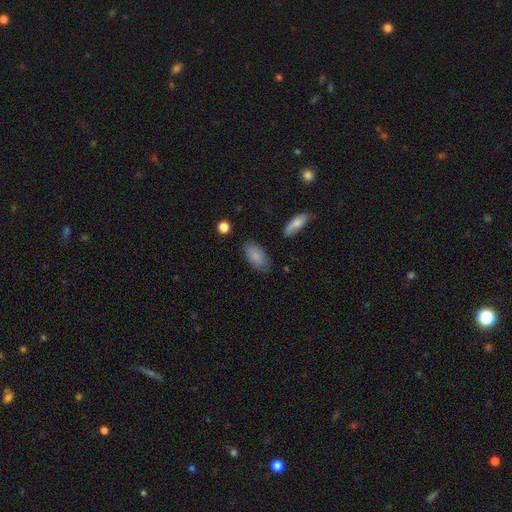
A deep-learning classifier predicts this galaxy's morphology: Smooth or featured? Predicted: smooth (p=0.84). How rounded? Predicted: in between (p=0.93). Merging? Predicted: none (p=0.75).